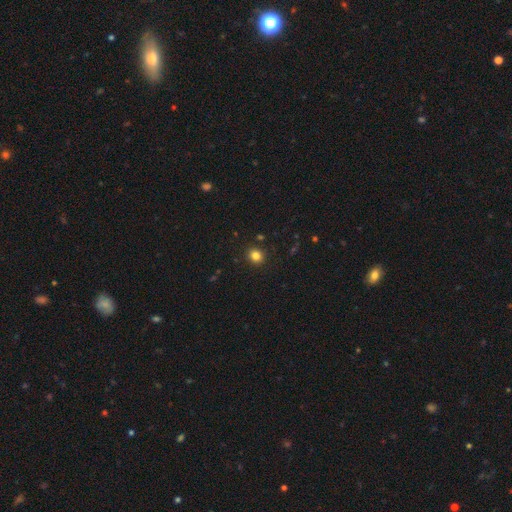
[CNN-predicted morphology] smooth_or_featured: smooth (p=0.82) [alt: star or artifact p=0.13]
how_rounded: round (p=0.83) [alt: in between p=0.16]
merging: none (p=0.91) [alt: minor disturbance p=0.06]